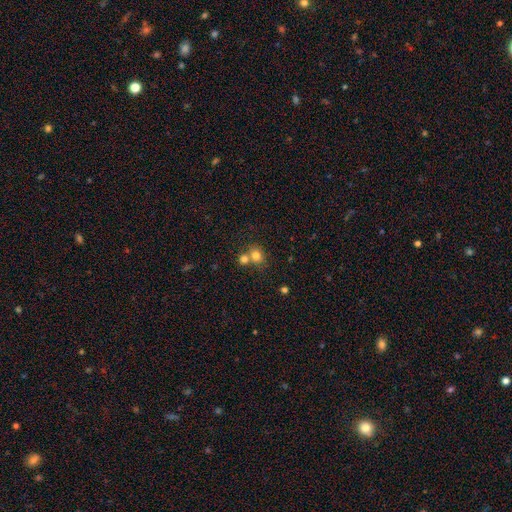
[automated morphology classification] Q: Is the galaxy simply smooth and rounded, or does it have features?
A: smooth — 78%.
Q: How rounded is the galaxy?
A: round — 77%.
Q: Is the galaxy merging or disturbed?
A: none — 49%.